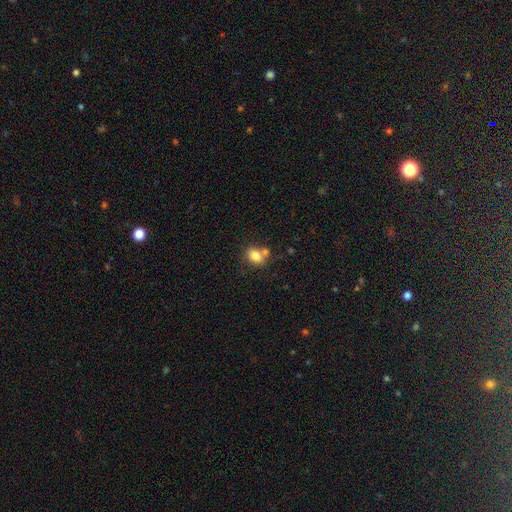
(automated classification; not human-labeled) Smooth or featured? Predicted: smooth (p=0.80). How rounded? Predicted: in between (p=0.62). Merging? Predicted: none (p=0.52).